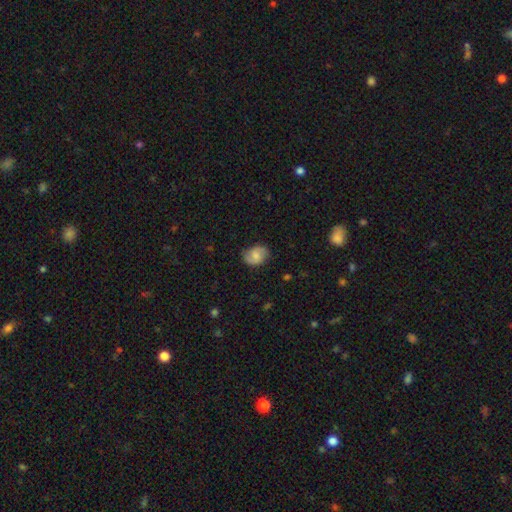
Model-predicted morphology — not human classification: smooth 53%, featured or disk 39%, star or artifact 8%. Down the decision tree: how rounded — in between (63%); merging — none (79%).